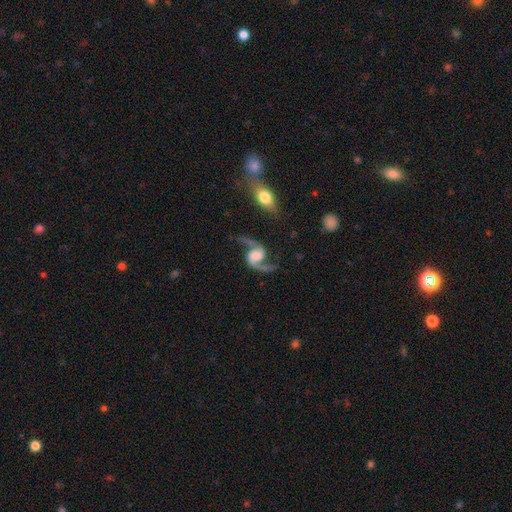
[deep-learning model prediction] smooth-or-featured: featured or disk: 92% | star or artifact: 4% | smooth: 4%
  disk-edge-on: no: 98% | yes: 2%
    bar: no: 48% | weak: 38% | strong: 14%
    has-spiral-arms: yes: 98% | no: 2%
      spiral-winding: loose: 67% | medium: 28% | tight: 5%
      spiral-arm-count: 2: 94% | 1: 2% | can't tell: 1% | 3: 1% | 4: 1% | more than 4: 1%
    bulge-size: large: 30% | moderate: 28% | none: 20% | small: 17% | dominant: 5%
  merging: none: 71% | minor disturbance: 15% | major disturbance: 10% | merger: 4%